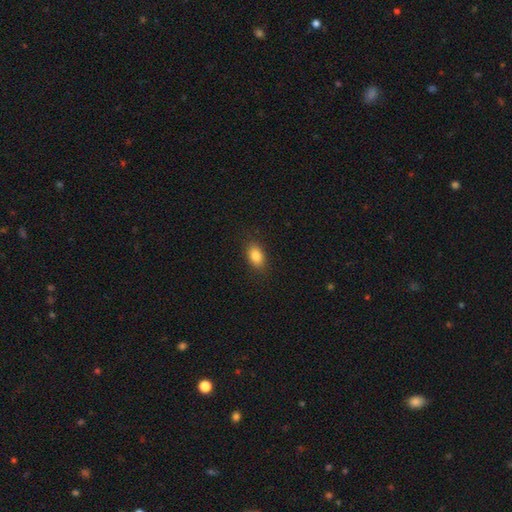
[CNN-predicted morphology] This is clearly a smooth galaxy (84%). How rounded: clearly in between (85%). Merging: clearly none (87%).